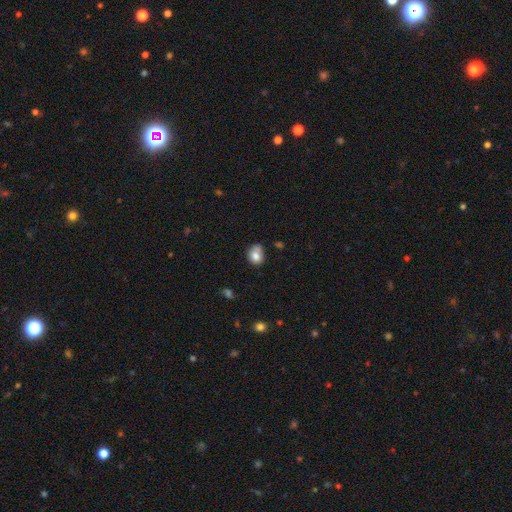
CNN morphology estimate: type=smooth (79%); roundness=round (54%); merging=none (48%).